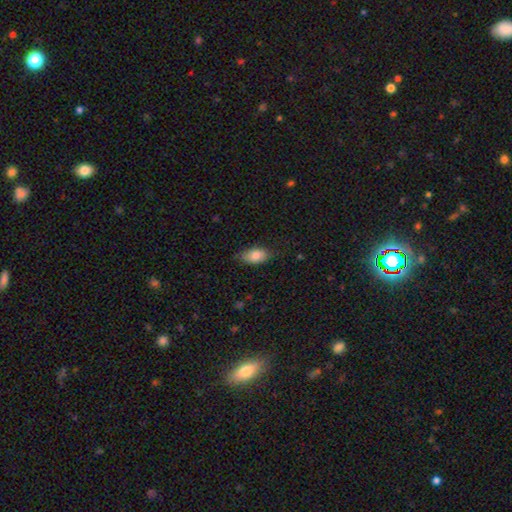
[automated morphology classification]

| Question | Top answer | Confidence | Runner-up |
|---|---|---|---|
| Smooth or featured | smooth | 82% | featured or disk (11%) |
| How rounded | in between | 91% | round (5%) |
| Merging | none | 73% | minor disturbance (22%) |